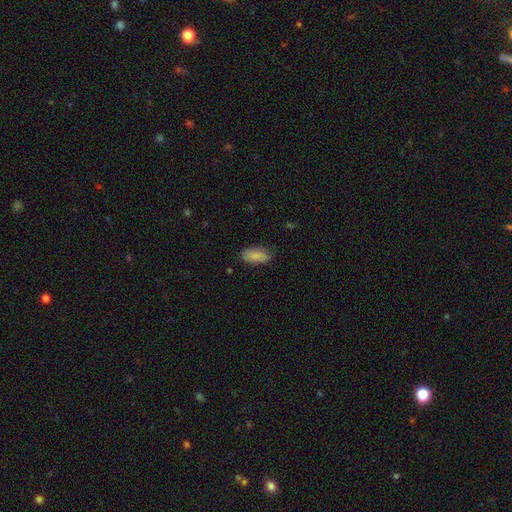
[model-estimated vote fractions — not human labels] smooth_or_featured: smooth (p=0.86) [alt: featured or disk p=0.07]
how_rounded: in between (p=0.90) [alt: cigar-shaped p=0.07]
merging: none (p=0.71) [alt: minor disturbance p=0.23]